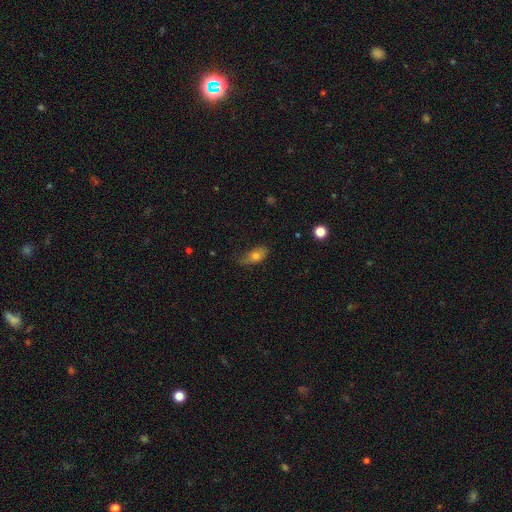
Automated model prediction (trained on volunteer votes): Morphology: type=smooth (72%); roundness=in between (85%); merging=none (53%).